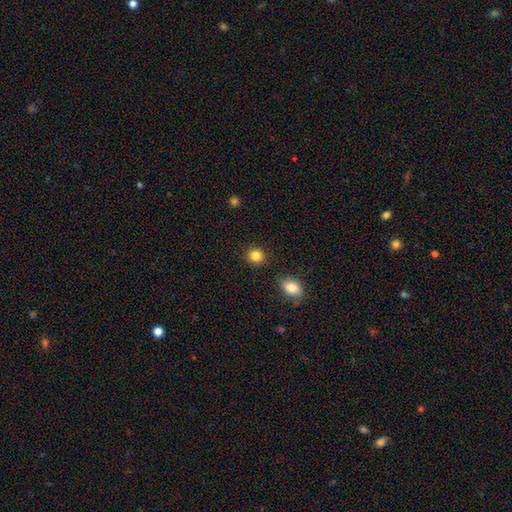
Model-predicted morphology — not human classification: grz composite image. It shows a smooth galaxy with no disk features (86%) that is round (87%). Merging: none (90%).